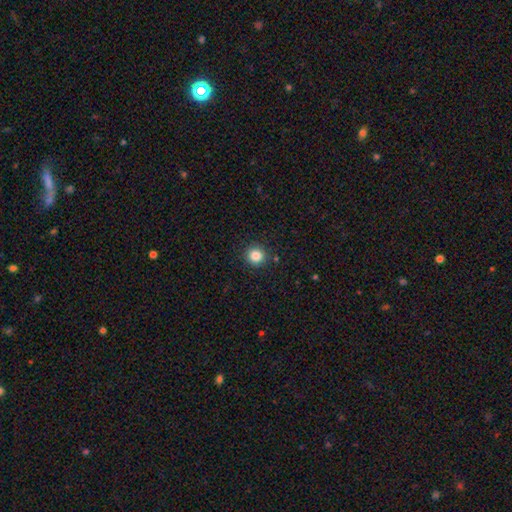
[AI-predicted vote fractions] Smooth or featured: smooth — 84% (star or artifact — 11%)
How rounded: round — 93% (in between — 6%)
Merging: none — 89% (minor disturbance — 7%)